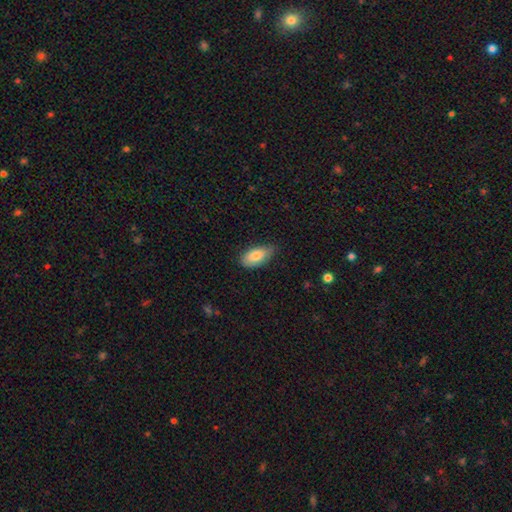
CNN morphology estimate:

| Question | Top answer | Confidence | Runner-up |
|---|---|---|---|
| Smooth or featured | smooth | 81% | featured or disk (12%) |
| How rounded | in between | 91% | cigar-shaped (6%) |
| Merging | none | 69% | minor disturbance (26%) |